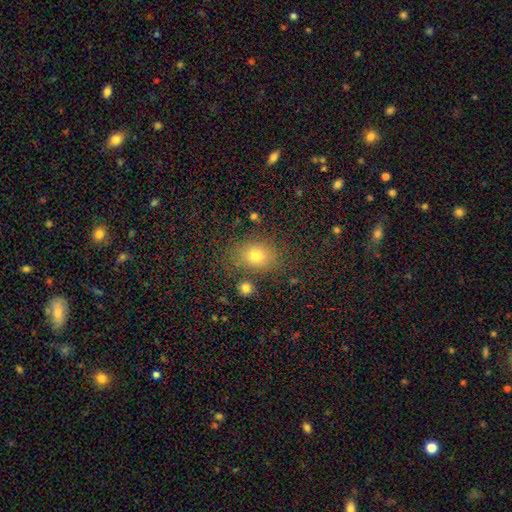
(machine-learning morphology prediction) Overall: smooth (76%). How rounded: in between (56%; round 43%). Merging: none (77%).